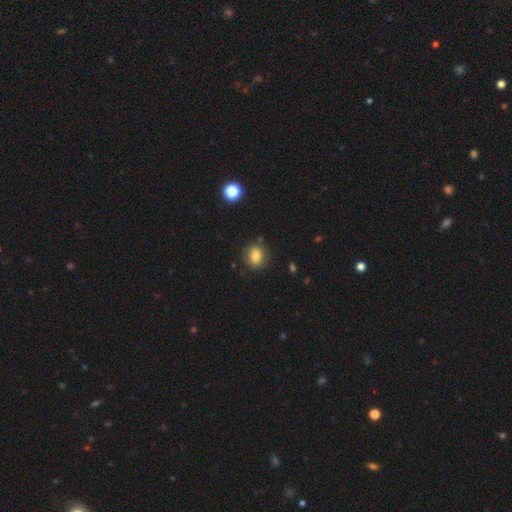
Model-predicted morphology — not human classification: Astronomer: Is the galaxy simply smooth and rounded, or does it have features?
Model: smooth — 80%.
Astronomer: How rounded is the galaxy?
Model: round — 68%.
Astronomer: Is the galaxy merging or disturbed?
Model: none — 83%.